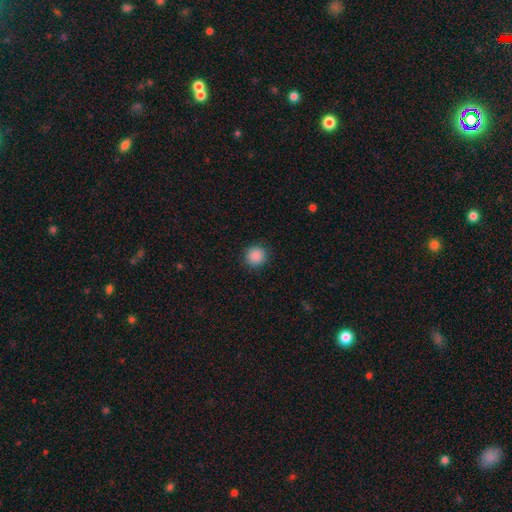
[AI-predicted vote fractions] smooth-or-featured: smooth: 89% | star or artifact: 9% | featured or disk: 2%
  how-rounded: round: 94% | in between: 5% | cigar-shaped: 1%
  merging: none: 91% | minor disturbance: 6% | major disturbance: 2% | merger: 1%